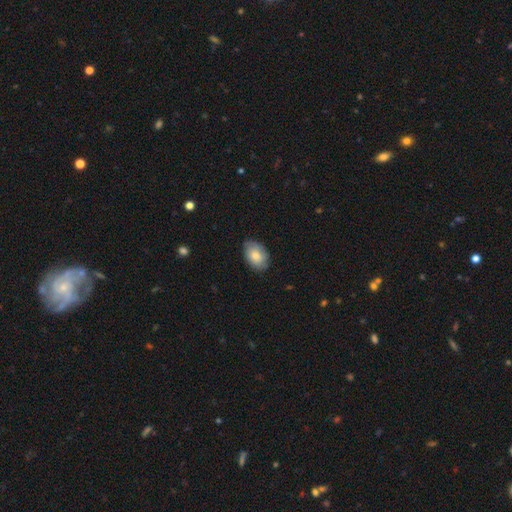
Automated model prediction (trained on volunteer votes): A smooth galaxy with no disk features (73%) that is in between round and cigar-shaped (86%). Merging: none (77%).